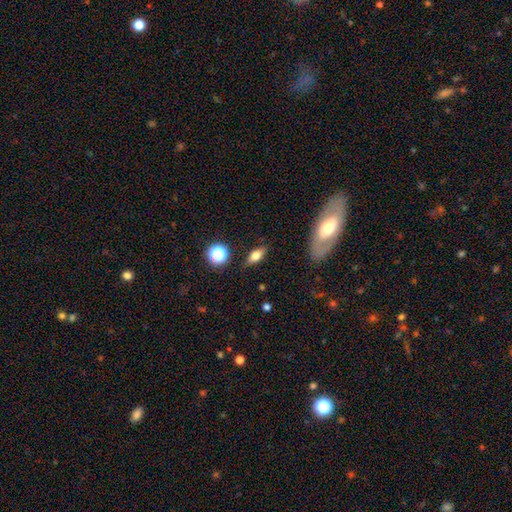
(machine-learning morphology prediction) type=smooth (66%); roundness=in between (74%); merging=none (82%).